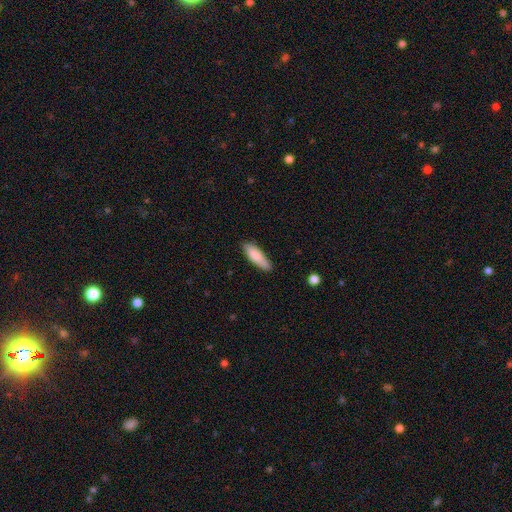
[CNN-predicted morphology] Smooth or featured?
  - smooth: 84% *
  - featured or disk: 10%
  - star or artifact: 6%
How rounded?
  - cigar-shaped: 52% *
  - in between: 47%
  - round: 2%
Merging?
  - none: 78% *
  - minor disturbance: 18%
  - major disturbance: 3%
  - merger: 2%